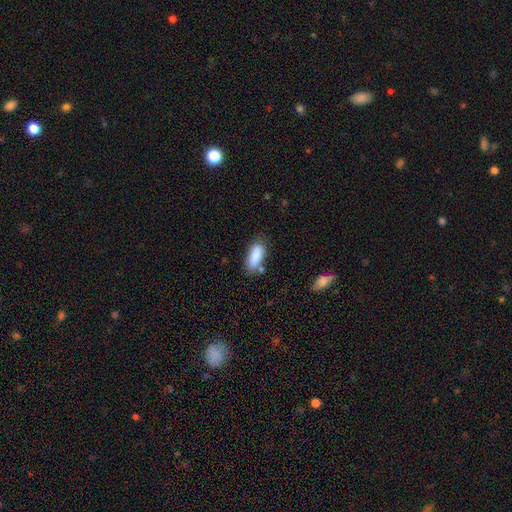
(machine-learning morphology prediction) This appears to be a smooth galaxy with no disk features (86%) that is in between round and cigar-shaped (77%). Merging: none (69%).